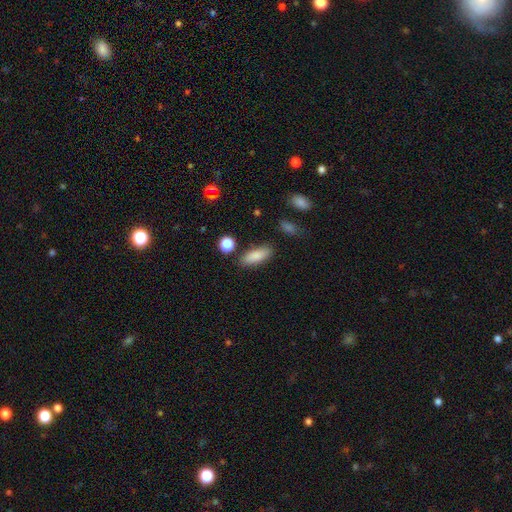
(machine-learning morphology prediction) Smooth or featured?
  - smooth: 86% *
  - star or artifact: 7%
  - featured or disk: 7%
How rounded?
  - in between: 70% *
  - cigar-shaped: 27%
  - round: 3%
Merging?
  - none: 82% *
  - minor disturbance: 11%
  - merger: 3%
  - major disturbance: 3%